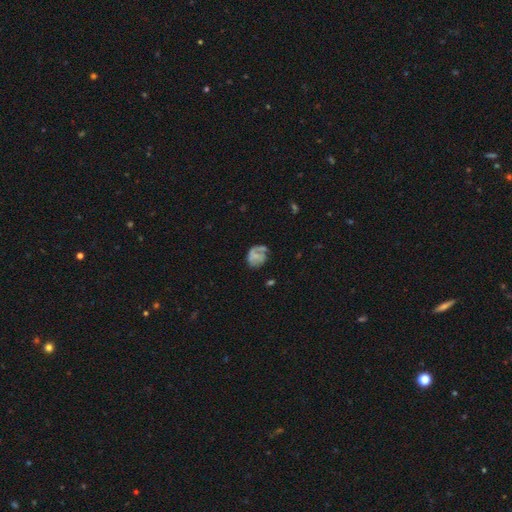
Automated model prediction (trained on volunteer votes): featured or disk 53%, smooth 37%, star or artifact 10%. Down the decision tree: edge-on disk — no (98%); bar — no (68%); spiral arms — yes (67%); bulge size — small (54%); merging — none (45%).